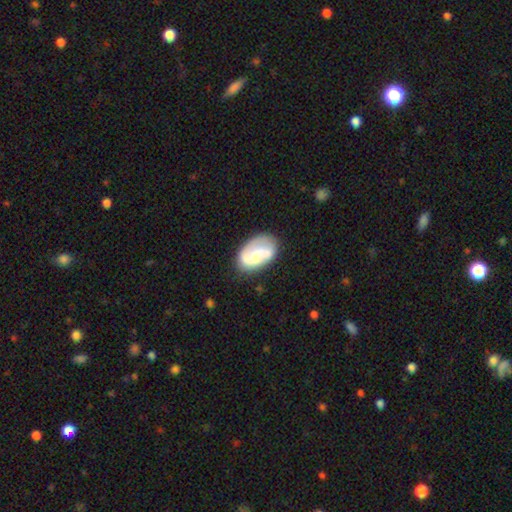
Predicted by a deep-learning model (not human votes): smooth-or-featured: featured or disk: 59% | smooth: 35% | star or artifact: 6%
  disk-edge-on: no: 97% | yes: 3%
    bar: no: 52% | weak: 34% | strong: 14%
    has-spiral-arms: yes: 82% | no: 18%
    bulge-size: small: 34% | moderate: 32% | none: 19% | large: 11% | dominant: 3%
  merging: none: 57% | minor disturbance: 24% | major disturbance: 13% | merger: 5%